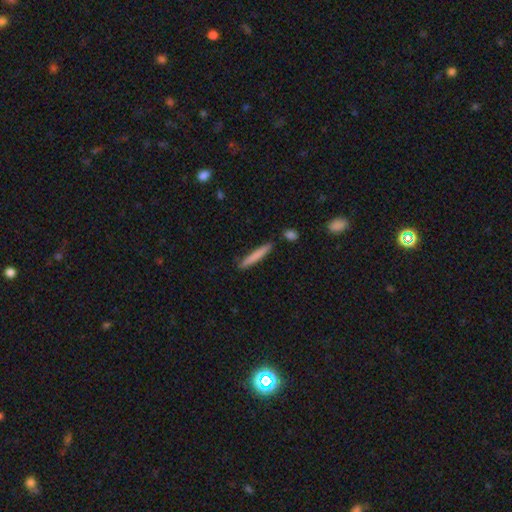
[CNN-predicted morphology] Smooth or featured?
  - smooth: 75% *
  - featured or disk: 19%
  - star or artifact: 6%
How rounded?
  - cigar-shaped: 95% *
  - in between: 4%
  - round: 1%
Merging?
  - none: 85% *
  - minor disturbance: 10%
  - merger: 3%
  - major disturbance: 2%